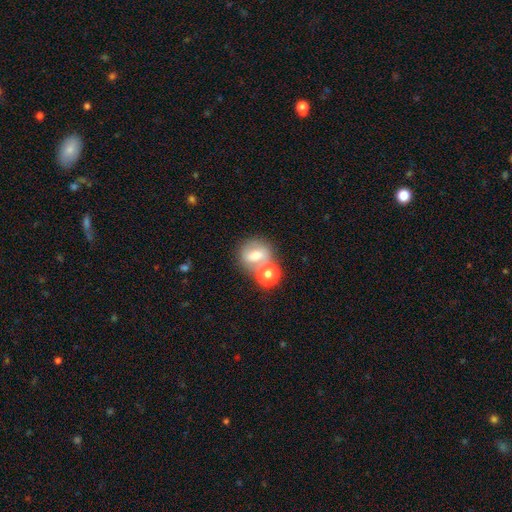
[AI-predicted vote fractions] A smooth galaxy with no disk features (59%) that is round (70%).

Vote fractions:
- Smooth or featured? smooth: 59% / featured or disk: 28% / star or artifact: 14%
- How rounded? round: 70% / in between: 28% / cigar-shaped: 1%
- Merging? none: 49% / merger: 34% / minor disturbance: 11% / major disturbance: 5%